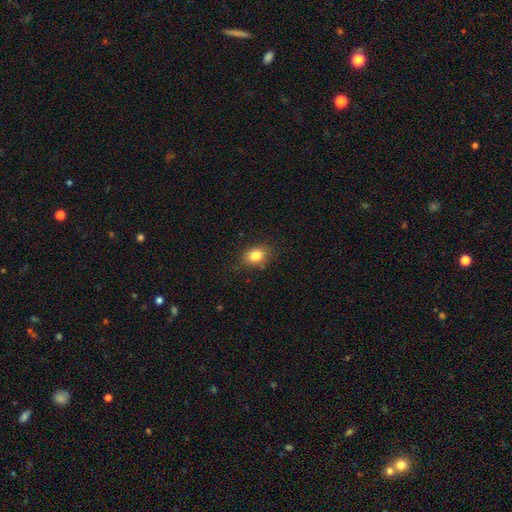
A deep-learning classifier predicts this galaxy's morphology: smooth_or_featured: smooth (p=0.83) [alt: star or artifact p=0.10]
how_rounded: in between (p=0.70) [alt: round p=0.29]
merging: none (p=0.83) [alt: minor disturbance p=0.13]